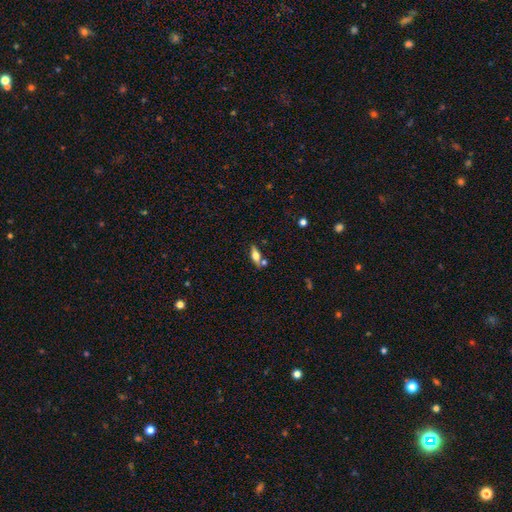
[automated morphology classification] This appears to be a smooth galaxy with no disk features (50%) that is in between round and cigar-shaped (64%). Merging: none (68%).